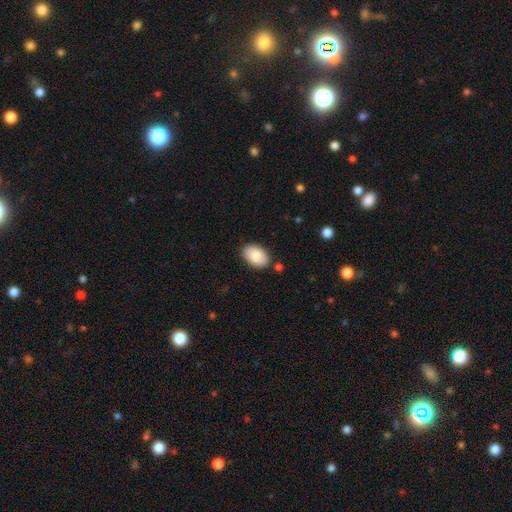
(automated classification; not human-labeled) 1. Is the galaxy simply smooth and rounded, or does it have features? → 80% smooth, 13% featured or disk, 6% star or artifact.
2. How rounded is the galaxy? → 88% in between, 11% round, 1% cigar-shaped.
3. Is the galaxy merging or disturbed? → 83% none, 12% minor disturbance, 3% merger, 2% major disturbance.